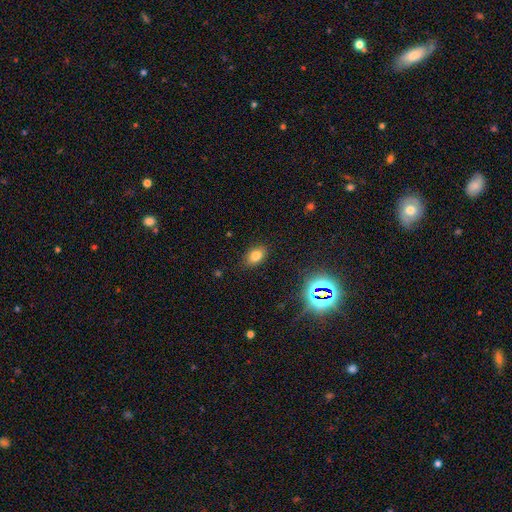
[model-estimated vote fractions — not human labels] Q: Smooth or featured?
A: smooth (77%); runner-up: star or artifact (14%)
Q: How rounded?
A: in between (83%); runner-up: round (16%)
Q: Merging?
A: none (86%); runner-up: minor disturbance (10%)